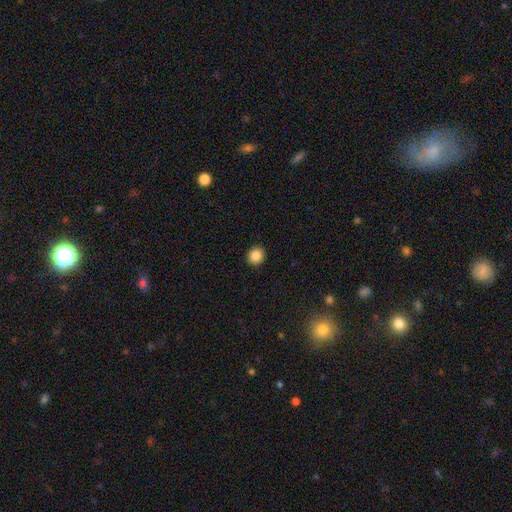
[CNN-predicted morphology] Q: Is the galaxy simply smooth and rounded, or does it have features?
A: smooth — 87%.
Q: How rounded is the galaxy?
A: round — 88%.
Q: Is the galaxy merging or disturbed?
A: none — 92%.